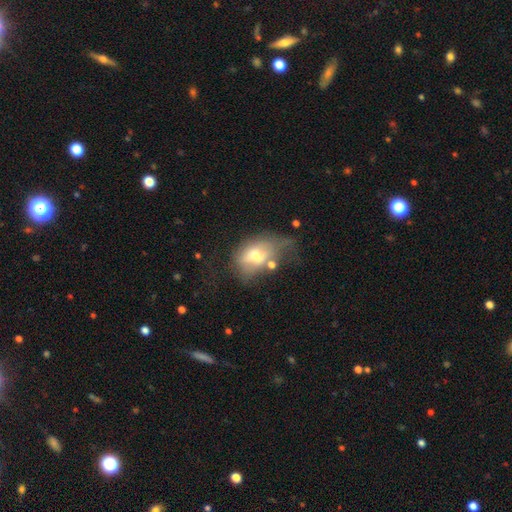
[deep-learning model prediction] Q: Smooth or featured?
A: smooth (54%); runner-up: featured or disk (37%)
Q: How rounded?
A: in between (76%); runner-up: round (21%)
Q: Merging?
A: major disturbance (31%); runner-up: none (30%)